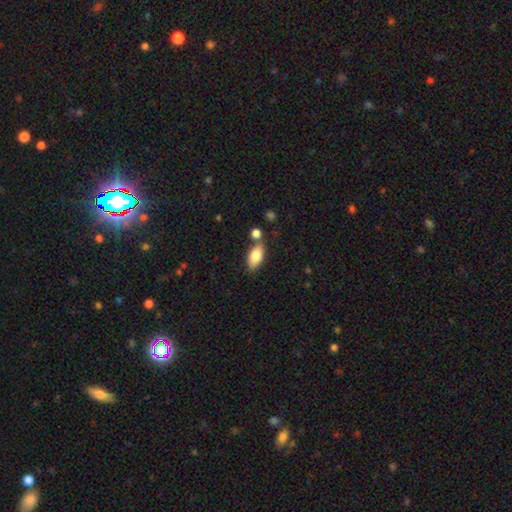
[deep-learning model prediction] The model was most divided on "merging": none: 72%, minor disturbance: 13%, merger: 12%, major disturbance: 3%. More confident: how rounded — in between (90%); smooth or featured — smooth (82%).